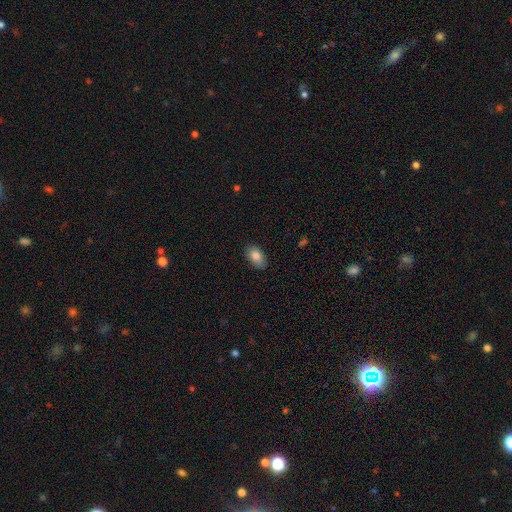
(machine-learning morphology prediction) Smooth or featured? smooth (84%)
How rounded? in between (92%)
Merging? none (83%)